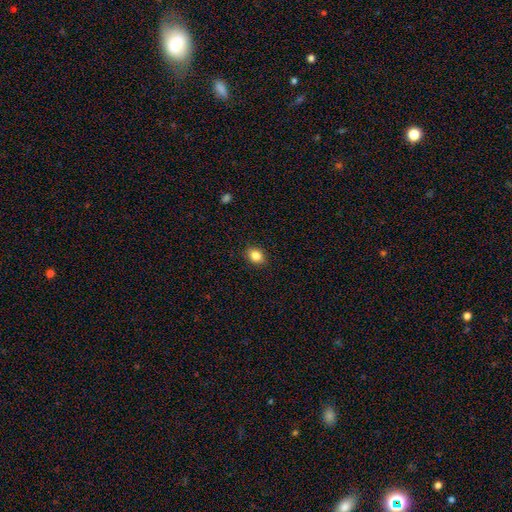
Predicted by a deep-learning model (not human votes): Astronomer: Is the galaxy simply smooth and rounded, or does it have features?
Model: smooth — 84%.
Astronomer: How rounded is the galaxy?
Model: in between — 59% (runner-up: round, 40%).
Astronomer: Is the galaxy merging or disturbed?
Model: none — 89%.